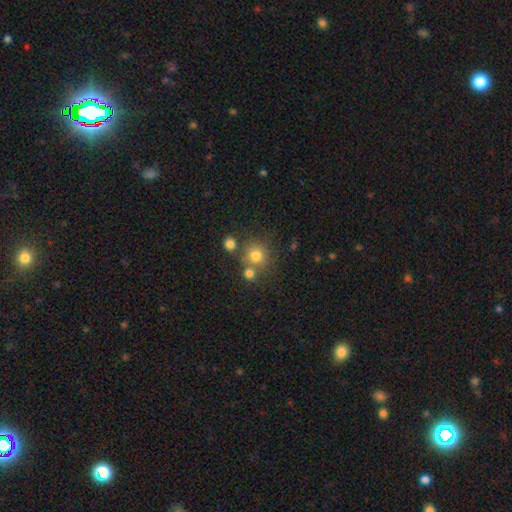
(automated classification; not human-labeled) smooth_or_featured: smooth (p=0.76) [alt: star or artifact p=0.15]
how_rounded: round (p=0.89) [alt: in between p=0.10]
merging: none (p=0.65) [alt: merger p=0.22]